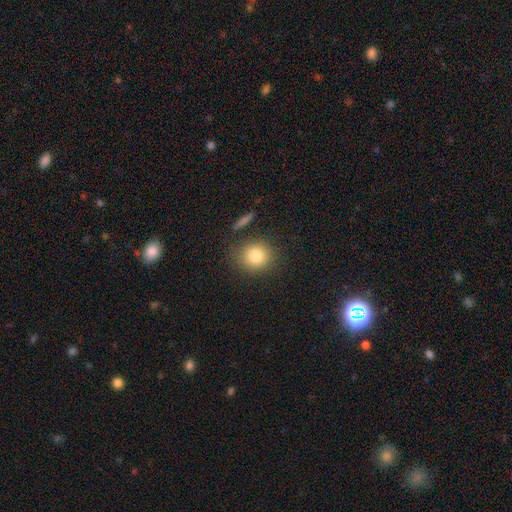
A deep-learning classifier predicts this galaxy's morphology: smooth 82%, star or artifact 10%, featured or disk 8%. Down the decision tree: how rounded — round (79%); merging — none (80%).